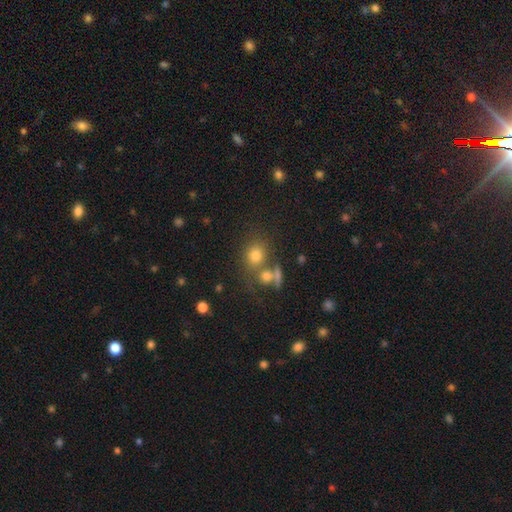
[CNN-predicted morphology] This appears to be a smooth galaxy with no disk features (73%) that is round (75%). Merging: none (59%).